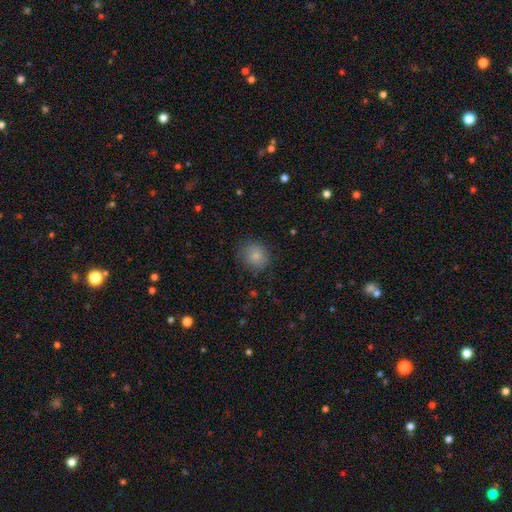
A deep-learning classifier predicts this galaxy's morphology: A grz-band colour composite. It shows a smooth galaxy with no disk features (82%) that is round (82%). Merging: none (81%).